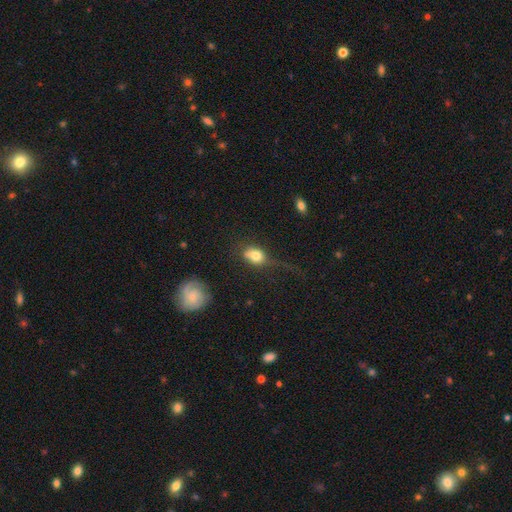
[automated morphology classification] smooth 73%, featured or disk 17%, star or artifact 10%. Down the decision tree: how rounded — in between (68%); merging — none (35%).